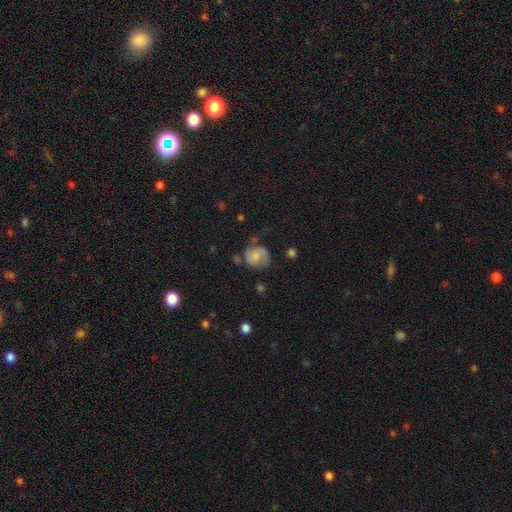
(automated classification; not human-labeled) A featured or disk galaxy (52%) with no bar (65%), spiral arms (84%) and a moderate central bulge (33%).

Vote fractions:
- Smooth or featured? featured or disk: 52% / smooth: 40% / star or artifact: 8%
- Edge-on disk? no: 98% / yes: 2%
- Bar? no: 65% / weak: 29% / strong: 5%
- Spiral arms? yes: 84% / no: 16%
- Bulge size? moderate: 33% / small: 31% / none: 24% / large: 10% / dominant: 2%
- Merging? none: 51% / minor disturbance: 26% / major disturbance: 18% / merger: 5%